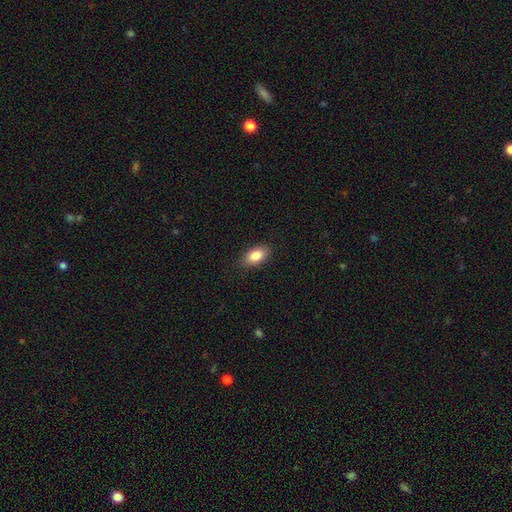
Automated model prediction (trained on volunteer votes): Smooth or featured?
  - smooth: 85% *
  - featured or disk: 8%
  - star or artifact: 7%
How rounded?
  - in between: 91% *
  - round: 6%
  - cigar-shaped: 3%
Merging?
  - none: 87% *
  - minor disturbance: 9%
  - major disturbance: 2%
  - merger: 1%